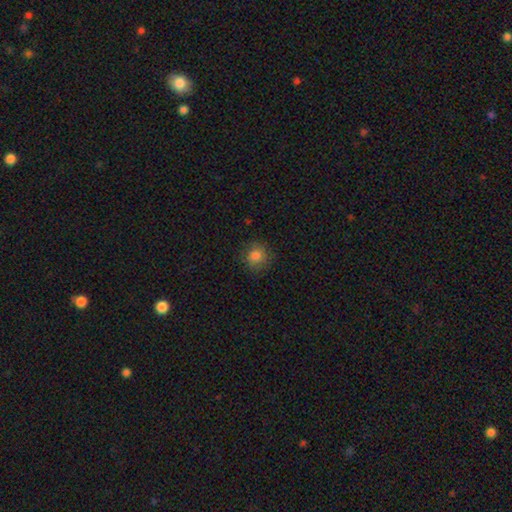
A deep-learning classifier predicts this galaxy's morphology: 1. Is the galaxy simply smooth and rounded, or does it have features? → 83% smooth, 11% star or artifact, 6% featured or disk.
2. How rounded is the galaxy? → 89% round, 10% in between, 1% cigar-shaped.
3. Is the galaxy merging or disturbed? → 84% none, 11% minor disturbance, 3% major disturbance, 1% merger.